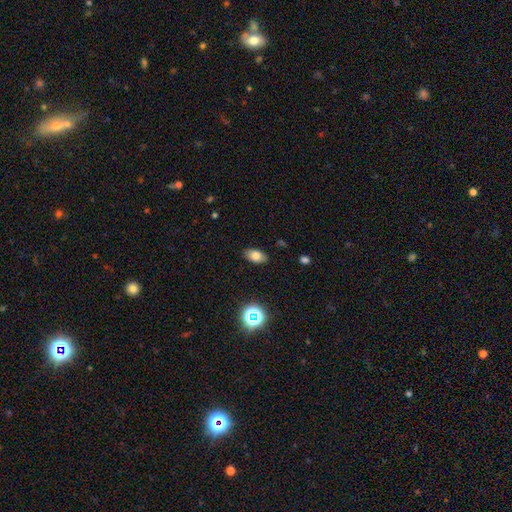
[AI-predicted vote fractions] Overall: smooth (77%). How rounded: in between (90%). Merging: none (86%).